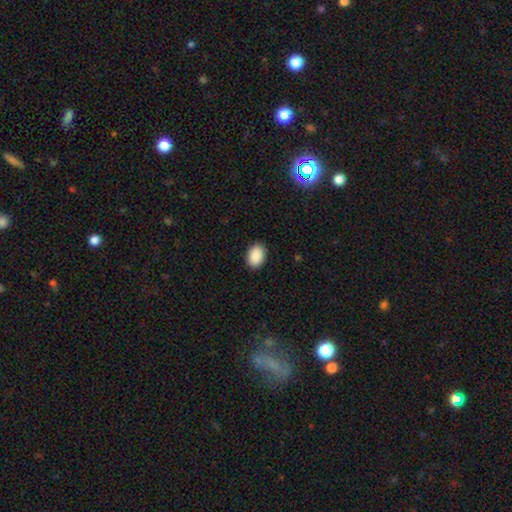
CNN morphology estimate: Q: Smooth or featured?
A: smooth (90%); runner-up: star or artifact (7%)
Q: How rounded?
A: in between (81%); runner-up: round (18%)
Q: Merging?
A: none (89%); runner-up: minor disturbance (8%)